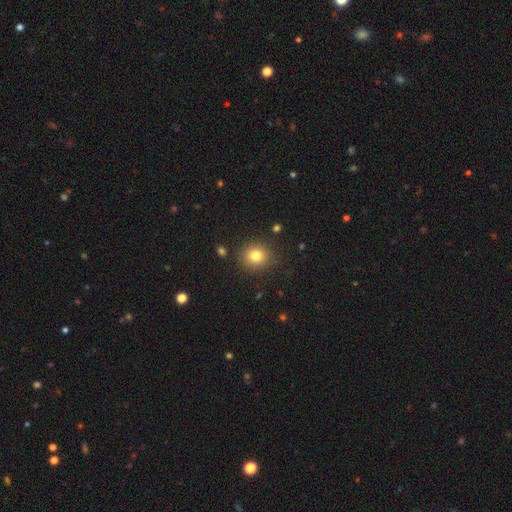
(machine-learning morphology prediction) A smooth galaxy with no disk features (79%) that is round (86%). Merging: none (88%).